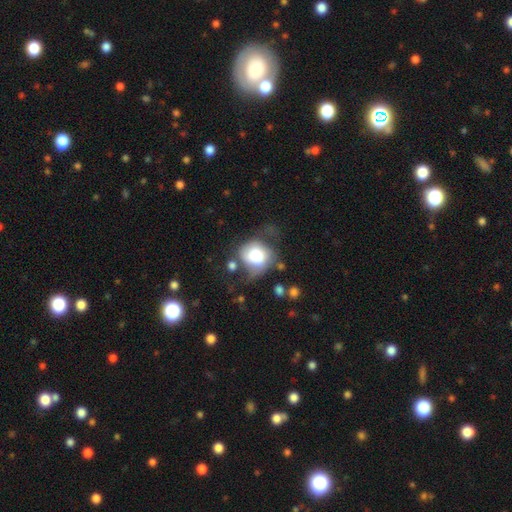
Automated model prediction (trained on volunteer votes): Smooth or featured? smooth (65%)
How rounded? round (64%)
Merging? major disturbance (33%)